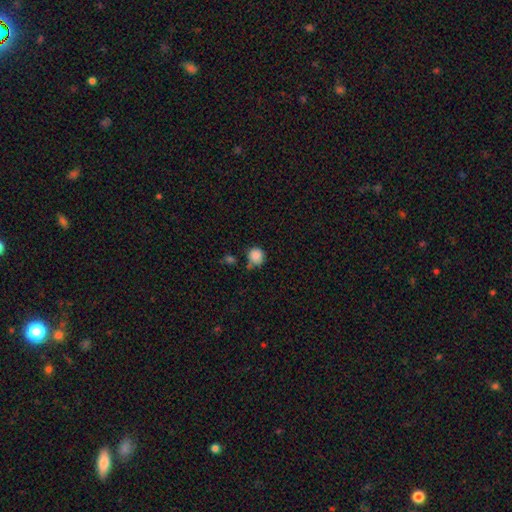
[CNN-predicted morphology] smooth 87%, star or artifact 9%, featured or disk 4%. Down the decision tree: how rounded — round (89%); merging — none (63%).